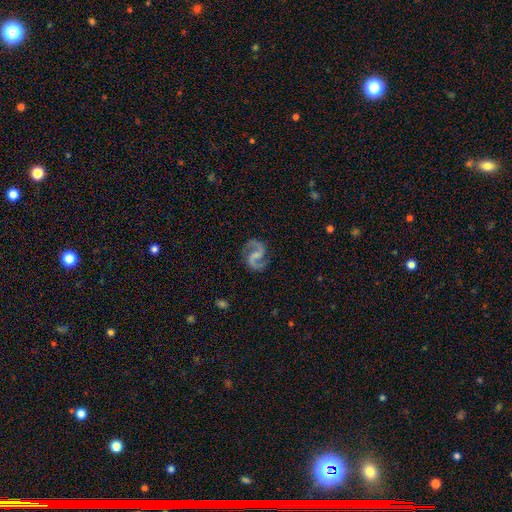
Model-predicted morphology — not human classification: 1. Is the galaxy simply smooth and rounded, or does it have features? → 92% featured or disk, 4% star or artifact, 4% smooth.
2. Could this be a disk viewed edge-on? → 98% no, 2% yes.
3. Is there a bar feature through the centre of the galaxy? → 47% weak, 35% no, 17% strong.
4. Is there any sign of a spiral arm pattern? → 98% yes, 2% no.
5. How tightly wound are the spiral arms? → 56% medium, 34% loose, 10% tight.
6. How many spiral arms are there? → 95% 2, 1% can't tell, 1% 1, 1% 3, 1% 4, 1% more than 4.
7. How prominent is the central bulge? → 49% small, 26% none, 22% moderate, 2% large, 1% dominant.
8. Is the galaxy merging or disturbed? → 83% none, 12% minor disturbance, 4% major disturbance, 1% merger.